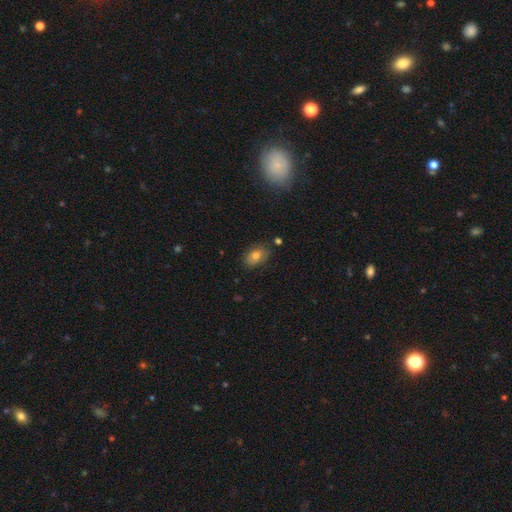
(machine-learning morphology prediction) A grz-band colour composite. It shows a smooth galaxy with no disk features (78%) that is in between round and cigar-shaped (84%). Merging: none (80%).